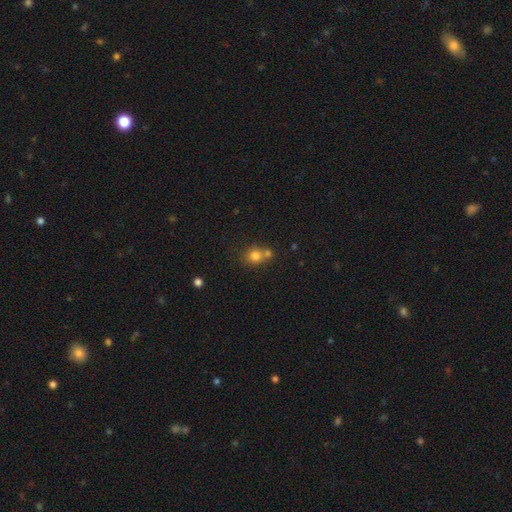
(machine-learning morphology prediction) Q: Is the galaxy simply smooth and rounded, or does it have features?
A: smooth — 79%.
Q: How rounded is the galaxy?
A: round — 81%.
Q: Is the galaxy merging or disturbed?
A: none — 52%.